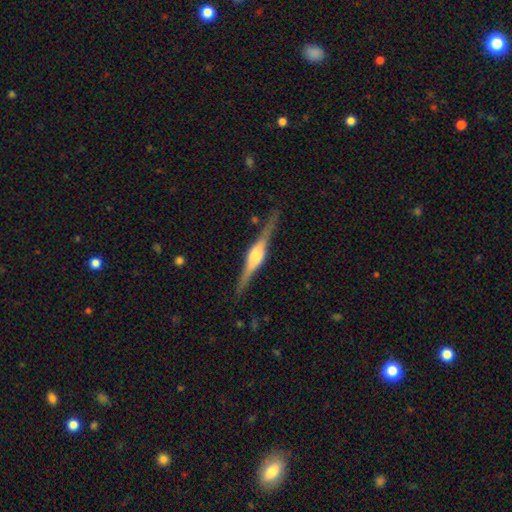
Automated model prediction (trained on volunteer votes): featured or disk 81%, smooth 14%, star or artifact 5%. Down the decision tree: edge-on disk — yes (98%); edge-on bulge — rounded (81%); merging — none (85%).